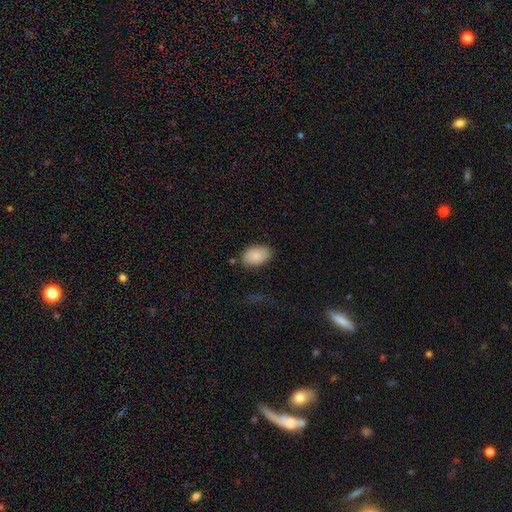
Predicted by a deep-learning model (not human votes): Smooth or featured? smooth (87%)
How rounded? in between (92%)
Merging? none (80%)